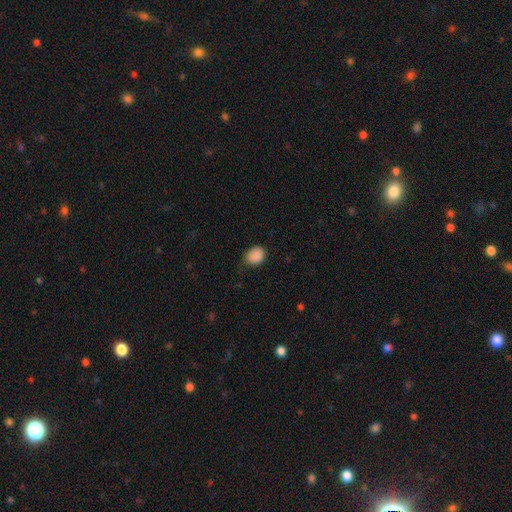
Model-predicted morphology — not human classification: Smooth or featured? smooth (88%)
How rounded? in between (54%)
Merging? none (73%)